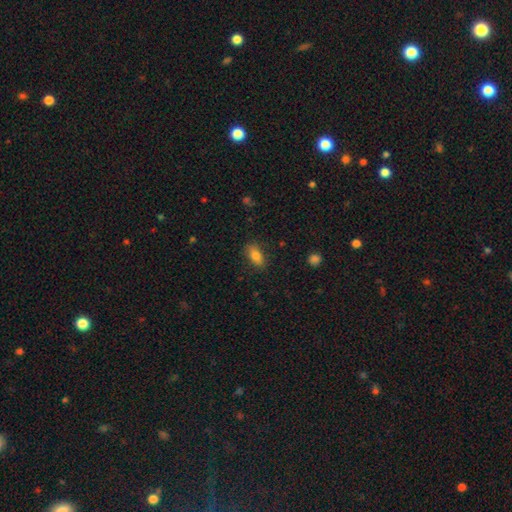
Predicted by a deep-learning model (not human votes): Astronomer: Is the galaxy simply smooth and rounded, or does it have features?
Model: smooth — 81%.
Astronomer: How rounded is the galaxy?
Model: in between — 84%.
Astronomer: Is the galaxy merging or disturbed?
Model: none — 83%.